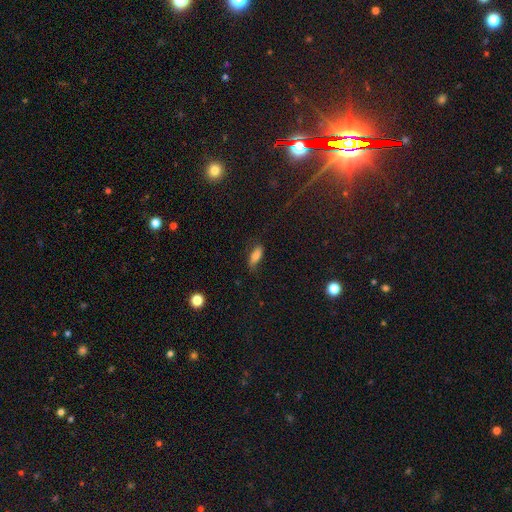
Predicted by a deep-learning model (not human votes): Smooth or featured: smooth — 79% (featured or disk — 12%)
How rounded: in between — 71% (cigar-shaped — 26%)
Merging: none — 68% (minor disturbance — 23%)